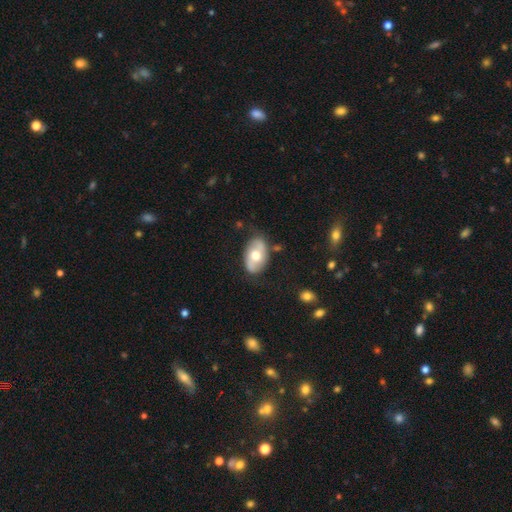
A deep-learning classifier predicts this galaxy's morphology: smooth-or-featured: smooth: 52% | featured or disk: 42% | star or artifact: 6%
  how-rounded: in between: 89% | round: 9% | cigar-shaped: 1%
  merging: none: 75% | minor disturbance: 18% | major disturbance: 5% | merger: 2%